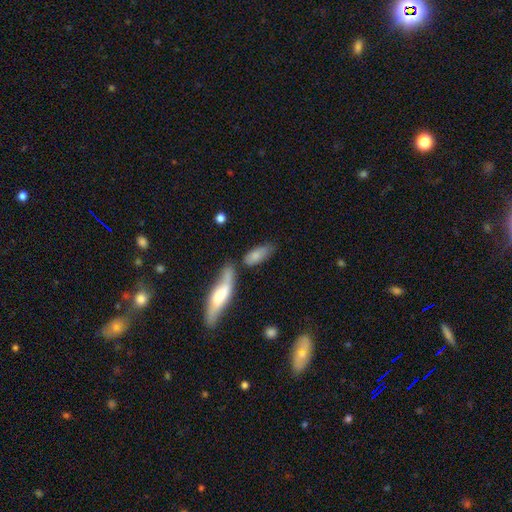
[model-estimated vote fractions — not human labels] A smooth galaxy with no disk features (75%) that is in between round and cigar-shaped (72%). Merging: none (49%).